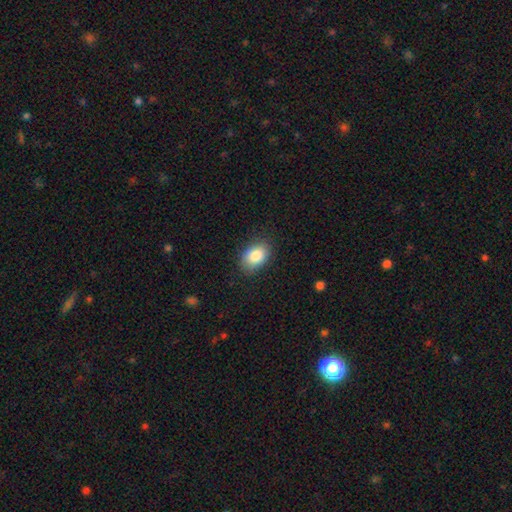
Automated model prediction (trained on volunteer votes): smooth 86%, star or artifact 8%, featured or disk 7%. Down the decision tree: how rounded — in between (83%); merging — none (83%).